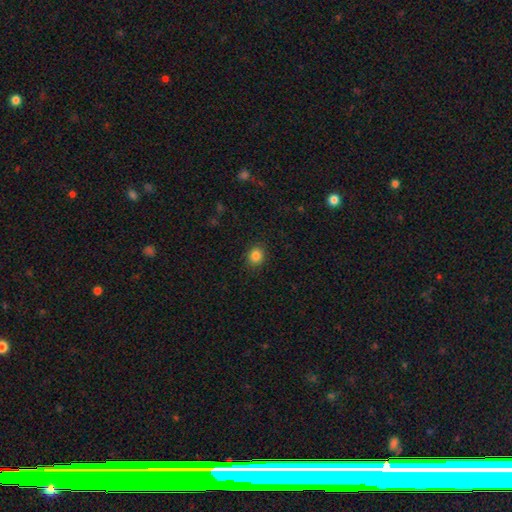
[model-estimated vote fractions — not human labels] Q: Smooth or featured?
A: smooth (84%); runner-up: star or artifact (11%)
Q: How rounded?
A: round (70%); runner-up: in between (29%)
Q: Merging?
A: none (89%); runner-up: minor disturbance (7%)